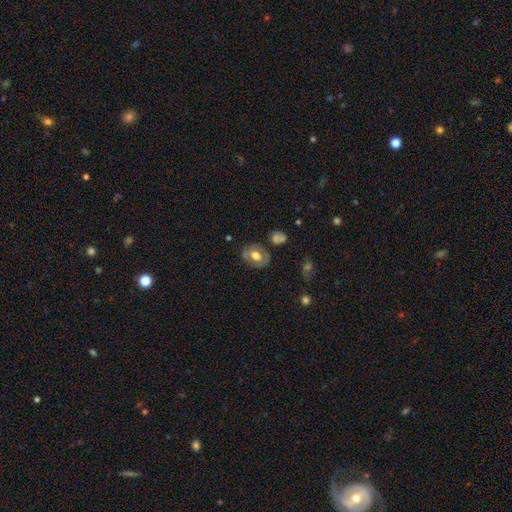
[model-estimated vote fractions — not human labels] Overall: featured or disk (46%, tied with smooth). Merging: none (71%).